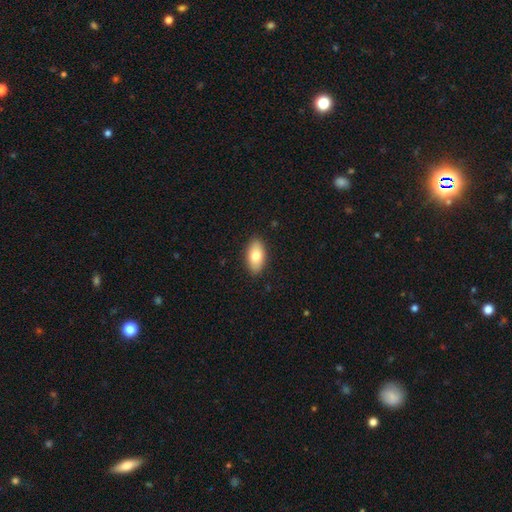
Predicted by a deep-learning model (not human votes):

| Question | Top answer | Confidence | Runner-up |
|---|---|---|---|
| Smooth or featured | smooth | 78% | featured or disk (15%) |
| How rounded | in between | 92% | cigar-shaped (4%) |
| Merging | none | 89% | minor disturbance (8%) |